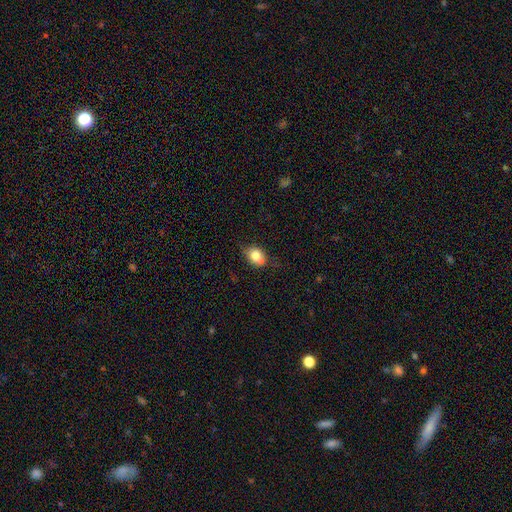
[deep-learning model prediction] A smooth galaxy with no disk features (76%) that is in between round and cigar-shaped (55%).

Vote fractions:
- Smooth or featured? smooth: 76% / featured or disk: 14% / star or artifact: 10%
- How rounded? in between: 55% / round: 43% / cigar-shaped: 2%
- Merging? none: 56% / minor disturbance: 24% / merger: 15% / major disturbance: 6%